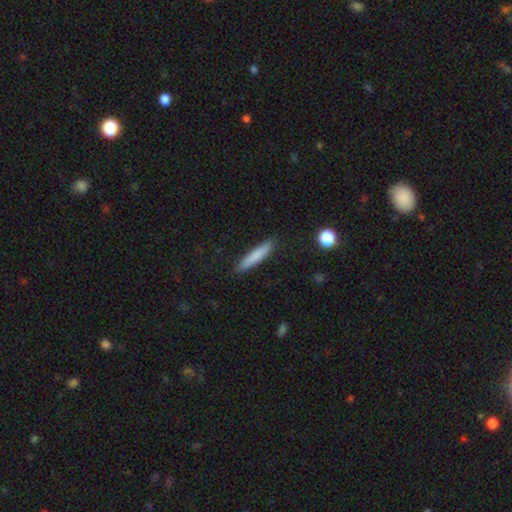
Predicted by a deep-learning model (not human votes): Smooth or featured? Predicted: smooth (p=0.80). How rounded? Predicted: cigar-shaped (p=0.91). Merging? Predicted: none (p=0.89).